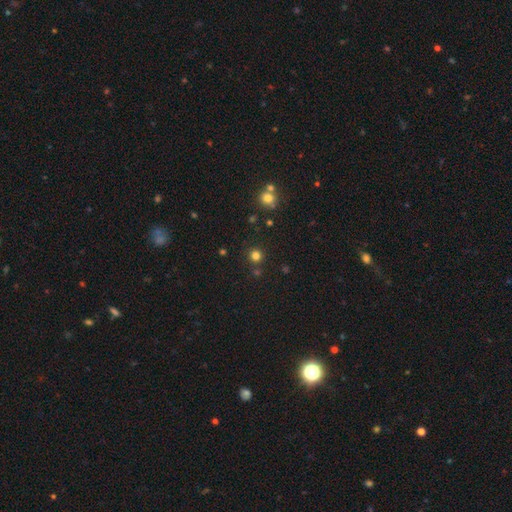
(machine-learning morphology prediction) type=smooth (77%); roundness=round (94%); merging=none (85%).